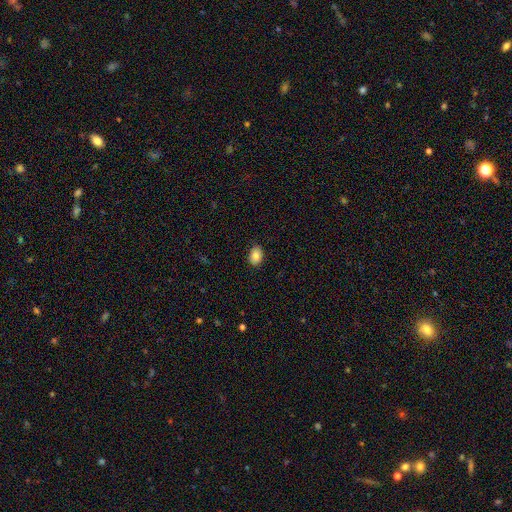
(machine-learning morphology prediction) smooth_or_featured: smooth (p=0.83) [alt: featured or disk p=0.09]
how_rounded: in between (p=0.76) [alt: round p=0.23]
merging: none (p=0.88) [alt: minor disturbance p=0.09]